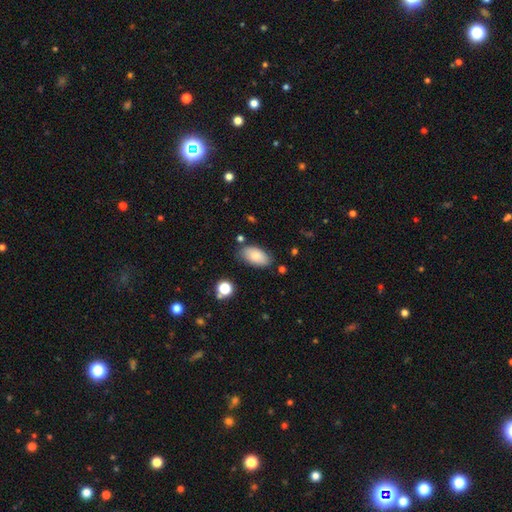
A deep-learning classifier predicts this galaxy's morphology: A smooth galaxy with no disk features (82%) that is in between round and cigar-shaped (94%).

Vote fractions:
- Smooth or featured? smooth: 82% / featured or disk: 11% / star or artifact: 7%
- How rounded? in between: 94% / round: 3% / cigar-shaped: 3%
- Merging? none: 77% / minor disturbance: 16% / major disturbance: 3% / merger: 3%